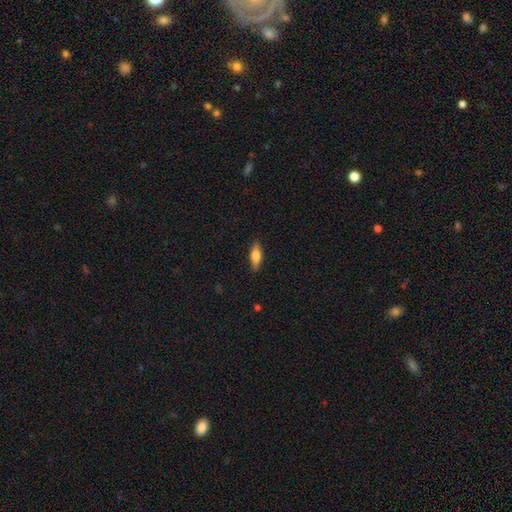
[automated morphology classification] Smooth or featured? smooth (69%)
How rounded? in between (54%)
Merging? none (87%)